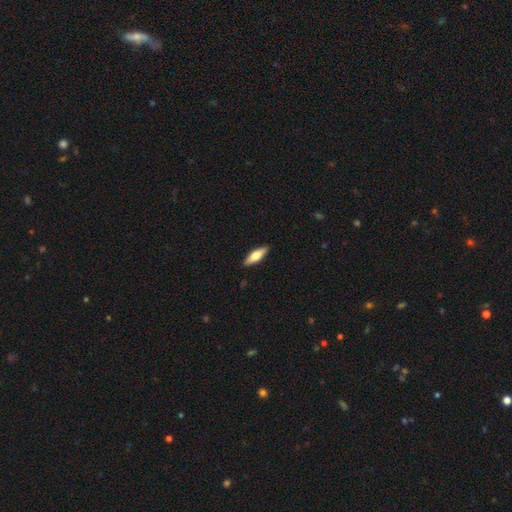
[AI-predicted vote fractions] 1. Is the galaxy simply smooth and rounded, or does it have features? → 62% smooth, 33% featured or disk, 5% star or artifact.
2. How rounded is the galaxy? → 51% in between, 47% cigar-shaped, 2% round.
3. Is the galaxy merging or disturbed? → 90% none, 8% minor disturbance, 2% major disturbance, 1% merger.